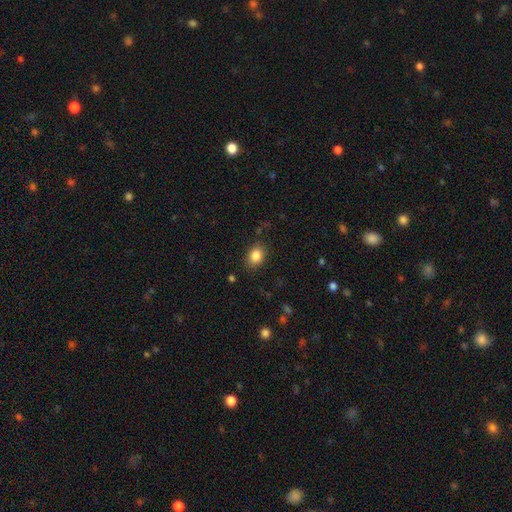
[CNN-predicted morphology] smooth 84%, star or artifact 9%, featured or disk 6%. Down the decision tree: how rounded — in between (63%); merging — none (83%).